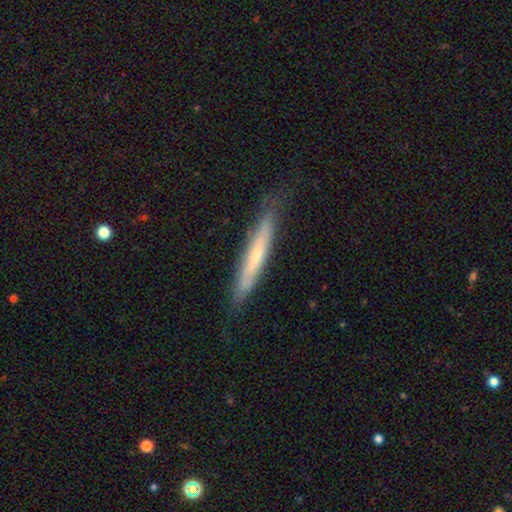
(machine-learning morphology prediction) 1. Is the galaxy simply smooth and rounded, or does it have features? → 49% featured or disk, 45% smooth, 6% star or artifact.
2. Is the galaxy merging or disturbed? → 81% none, 15% minor disturbance, 3% major disturbance, 1% merger.